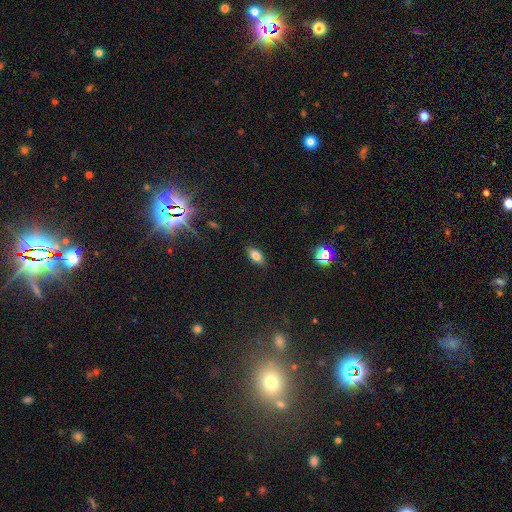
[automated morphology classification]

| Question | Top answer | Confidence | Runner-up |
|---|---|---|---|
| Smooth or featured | smooth | 77% | star or artifact (12%) |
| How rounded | in between | 87% | cigar-shaped (7%) |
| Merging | none | 87% | minor disturbance (10%) |